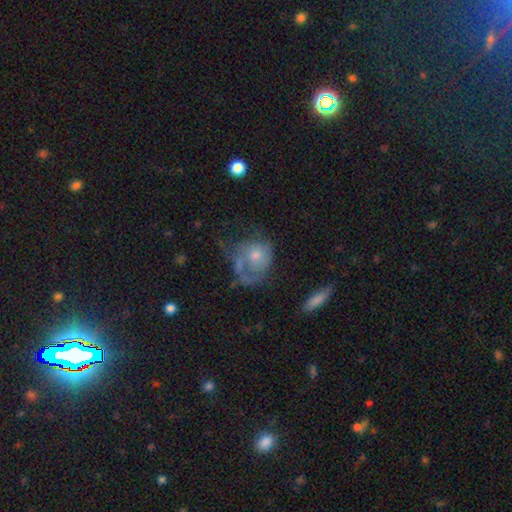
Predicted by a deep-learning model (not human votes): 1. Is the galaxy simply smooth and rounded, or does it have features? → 50% featured or disk, 41% smooth, 10% star or artifact.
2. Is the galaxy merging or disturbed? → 41% major disturbance, 29% none, 22% minor disturbance, 8% merger.